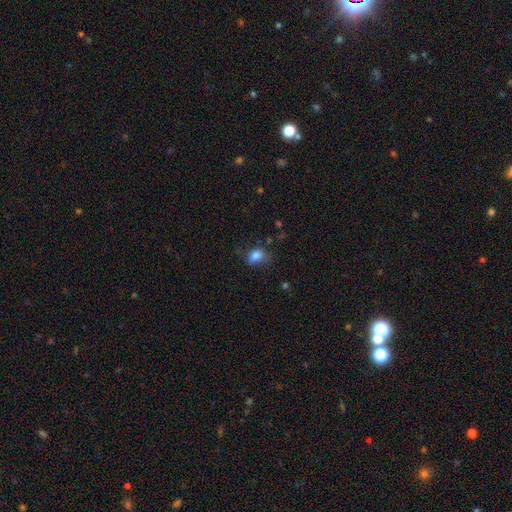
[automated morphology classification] This appears to be a smooth galaxy with no disk features (83%) that is in between round and cigar-shaped (73%). Merging: none (62%).